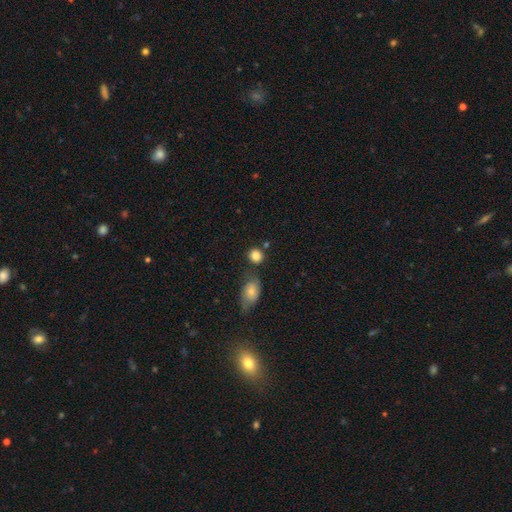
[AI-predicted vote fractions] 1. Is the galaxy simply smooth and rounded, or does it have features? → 85% smooth, 9% star or artifact, 6% featured or disk.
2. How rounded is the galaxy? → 83% round, 16% in between, 1% cigar-shaped.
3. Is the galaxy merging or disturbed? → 69% none, 15% merger, 12% minor disturbance, 4% major disturbance.